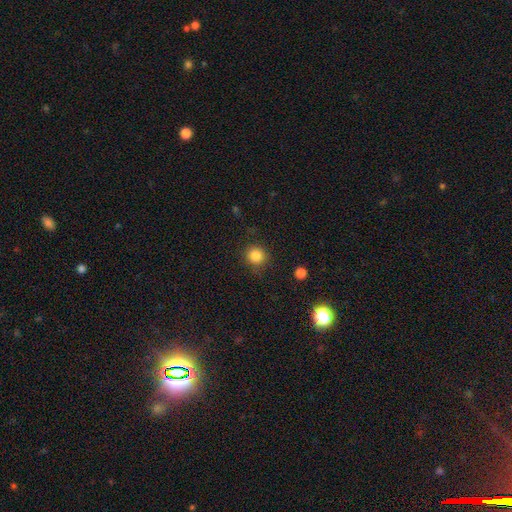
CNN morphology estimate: Overall: smooth (84%). How rounded: round (91%). Merging: none (86%).